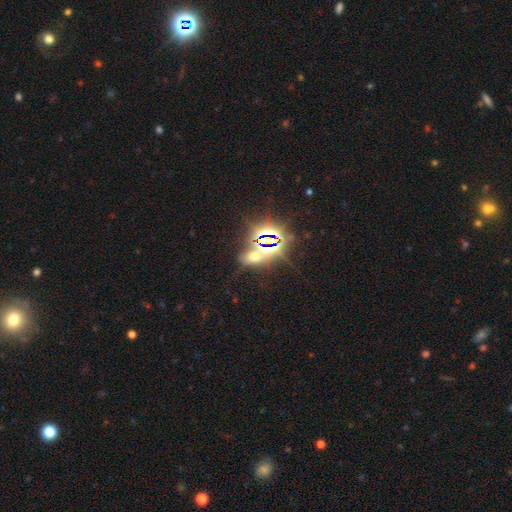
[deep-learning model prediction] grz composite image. It shows a star or artifact, not a galaxy (65%).